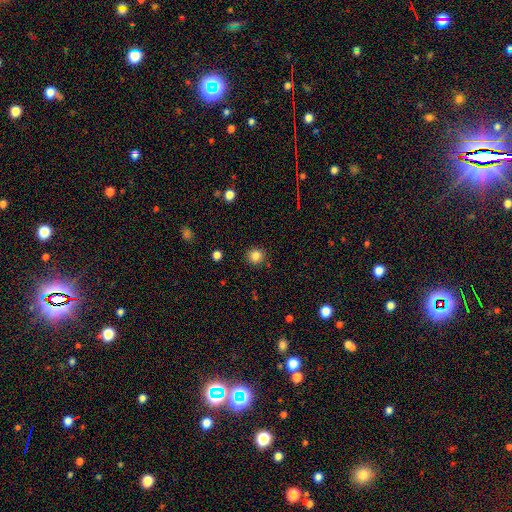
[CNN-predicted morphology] This appears to be a smooth galaxy with no disk features (83%) that is round (93%). Merging: none (90%).